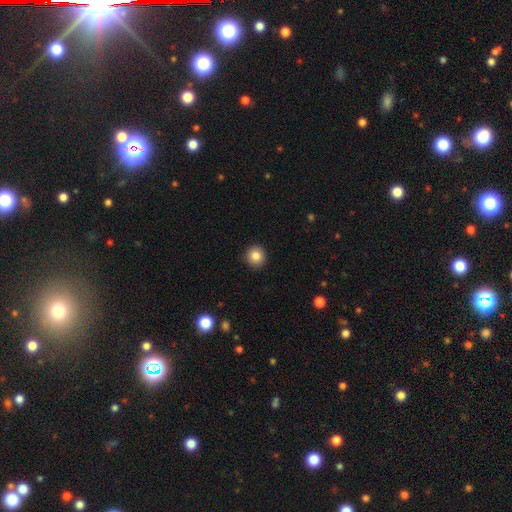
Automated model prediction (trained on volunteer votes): This appears to be a smooth galaxy with no disk features (84%) that is round (94%). Merging: none (92%).